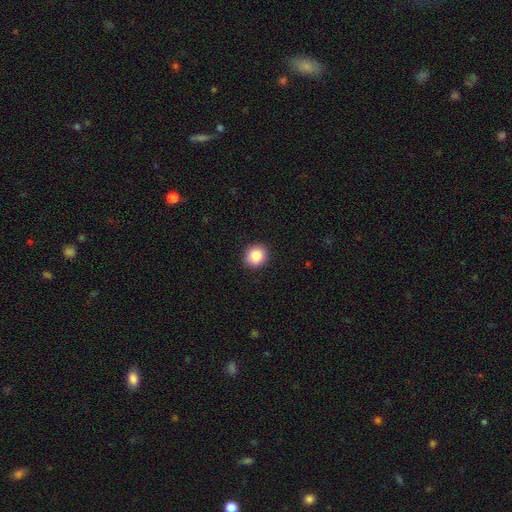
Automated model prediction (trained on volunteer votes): smooth_or_featured: smooth (p=0.84) [alt: star or artifact p=0.10]
how_rounded: round (p=0.84) [alt: in between p=0.15]
merging: none (p=0.92) [alt: minor disturbance p=0.06]